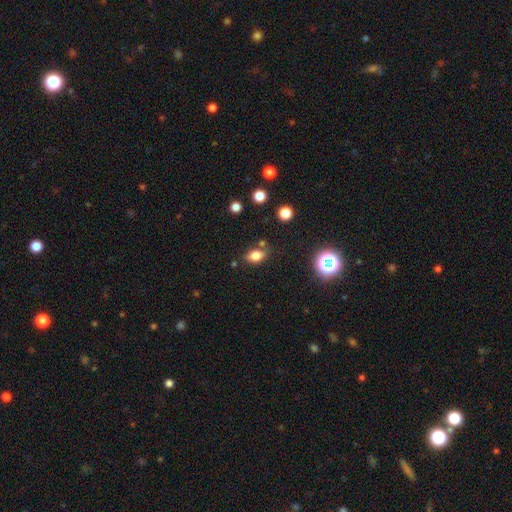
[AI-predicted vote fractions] A smooth galaxy with no disk features (78%) that is in between round and cigar-shaped (80%).

Vote fractions:
- Smooth or featured? smooth: 78% / star or artifact: 13% / featured or disk: 9%
- How rounded? in between: 80% / round: 17% / cigar-shaped: 2%
- Merging? none: 73% / minor disturbance: 15% / merger: 8% / major disturbance: 4%